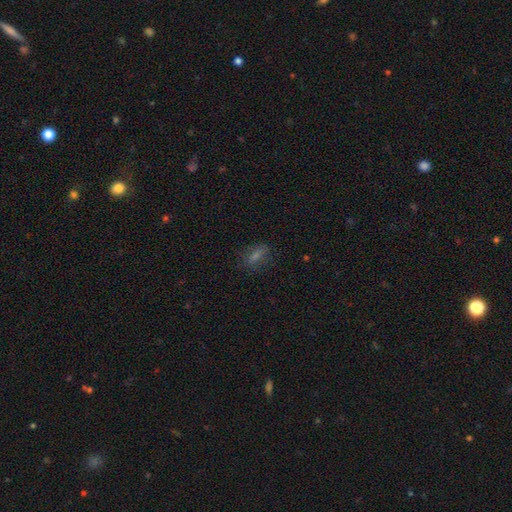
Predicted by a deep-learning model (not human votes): smooth 56%, star or artifact 25%, featured or disk 19%. Down the decision tree: how rounded — in between (64%); merging — none (80%).